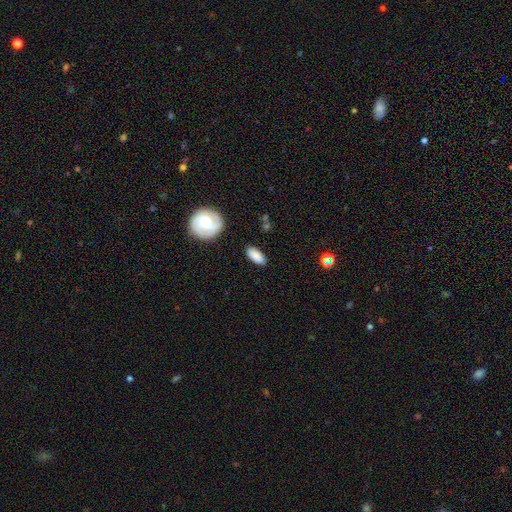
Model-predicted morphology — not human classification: This is clearly a smooth galaxy (86%). How rounded: clearly in between (86%). Merging: clearly none (86%).